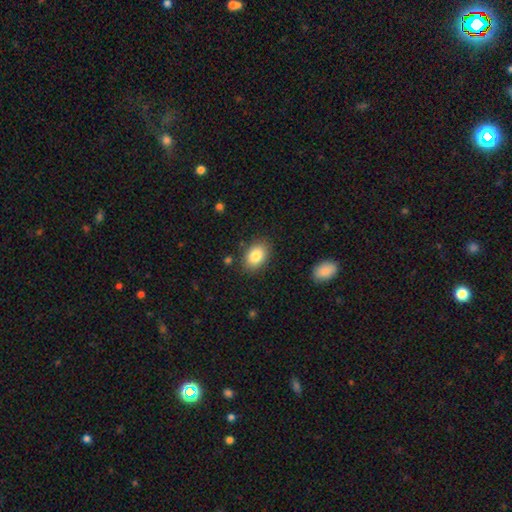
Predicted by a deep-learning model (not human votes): Smooth or featured? Predicted: smooth (p=0.84). How rounded? Predicted: in between (p=0.81). Merging? Predicted: none (p=0.85).